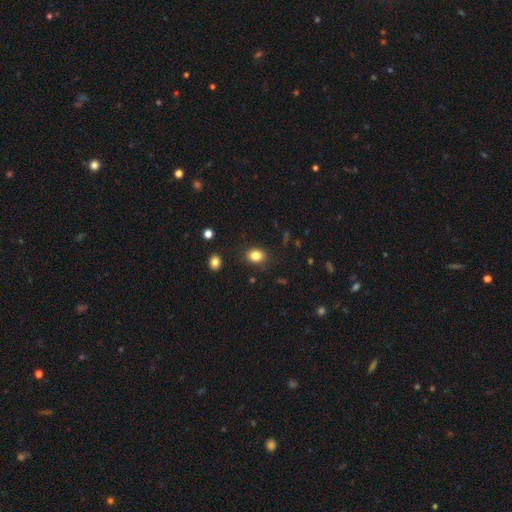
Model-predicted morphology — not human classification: smooth 84%, star or artifact 10%, featured or disk 6%. Down the decision tree: how rounded — in between (60%); merging — none (86%).